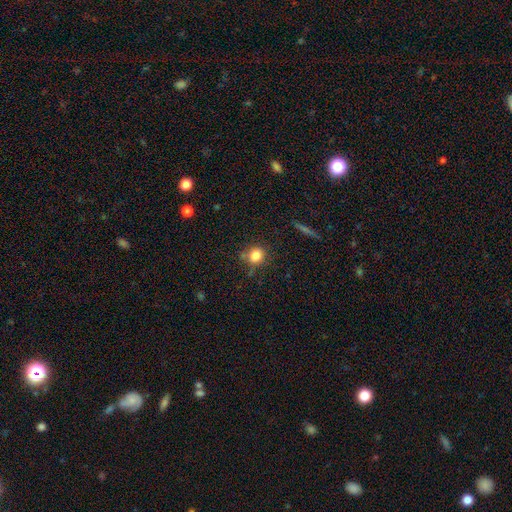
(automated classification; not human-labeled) Smooth or featured? smooth (81%)
How rounded? round (85%)
Merging? none (75%)